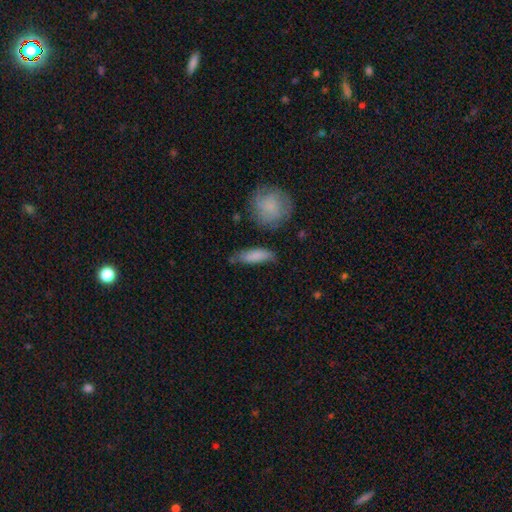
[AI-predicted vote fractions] Smooth or featured: smooth — 78% (featured or disk — 15%)
How rounded: in between — 55% (cigar-shaped — 42%)
Merging: none — 63% (minor disturbance — 25%)